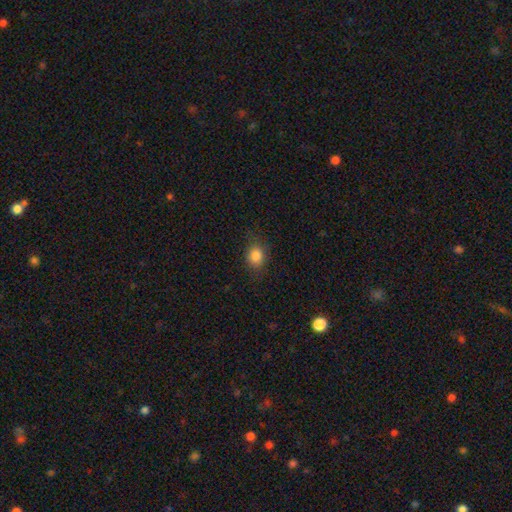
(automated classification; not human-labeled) This is clearly a smooth galaxy (84%). How rounded: possibly round (60%). Merging: clearly none (81%).